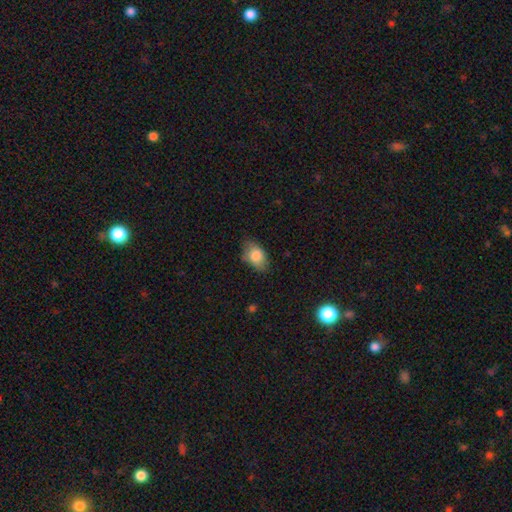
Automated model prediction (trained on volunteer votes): This is clearly a smooth galaxy (81%). How rounded: clearly in between (86%). Merging: likely none (67%).